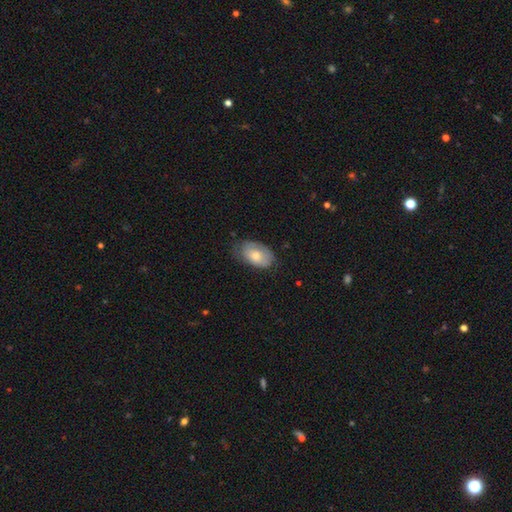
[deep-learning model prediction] This is likely a smooth galaxy (64%). How rounded: clearly in between (91%). Merging: likely none (65%).